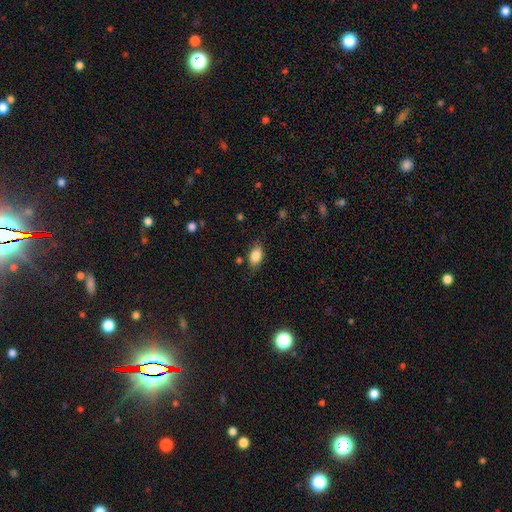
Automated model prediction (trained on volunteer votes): Overall: smooth (84%). How rounded: in between (88%). Merging: none (78%).